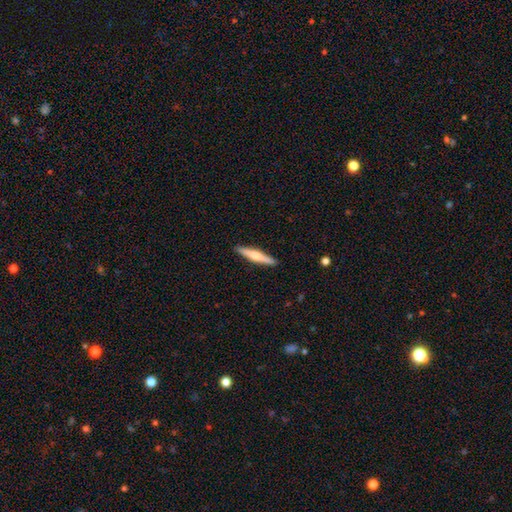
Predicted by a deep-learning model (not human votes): smooth_or_featured: featured or disk (p=0.48) [alt: smooth p=0.47]
merging: none (p=0.91) [alt: minor disturbance p=0.06]